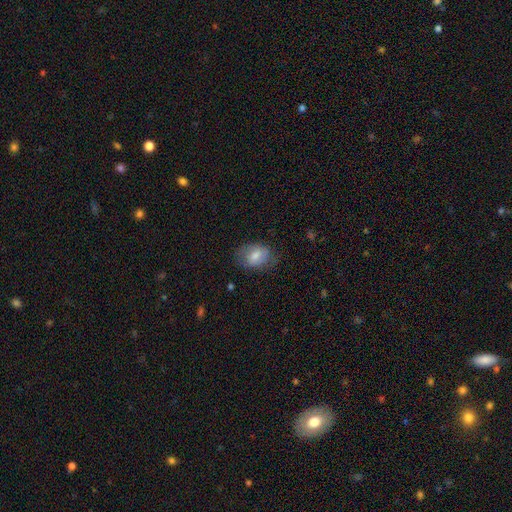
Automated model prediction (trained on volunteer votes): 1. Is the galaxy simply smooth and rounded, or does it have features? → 68% smooth, 25% featured or disk, 7% star or artifact.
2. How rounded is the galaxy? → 77% in between, 22% round, 1% cigar-shaped.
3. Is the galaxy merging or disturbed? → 65% none, 25% minor disturbance, 10% major disturbance, 1% merger.